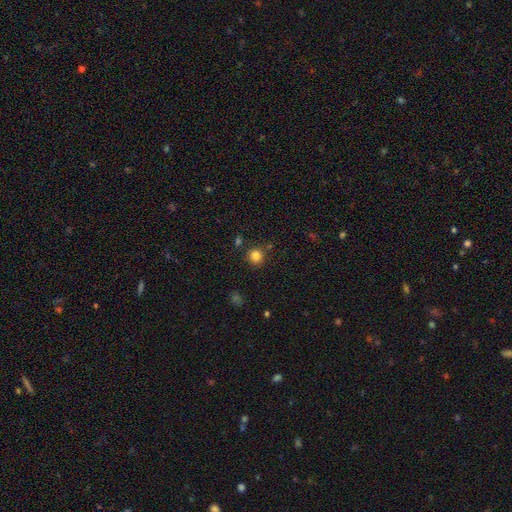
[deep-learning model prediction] Smooth or featured: smooth — 83% (star or artifact — 13%)
How rounded: round — 92% (in between — 7%)
Merging: none — 84% (minor disturbance — 8%)